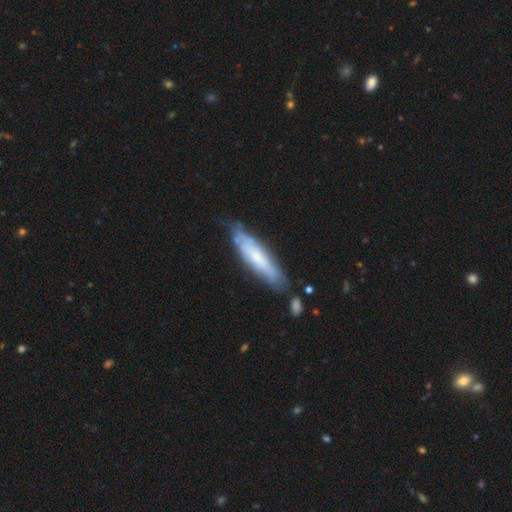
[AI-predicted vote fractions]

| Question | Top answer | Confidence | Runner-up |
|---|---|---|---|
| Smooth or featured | smooth | 51% | featured or disk (42%) |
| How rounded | cigar-shaped | 74% | in between (24%) |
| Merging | none | 65% | minor disturbance (23%) |